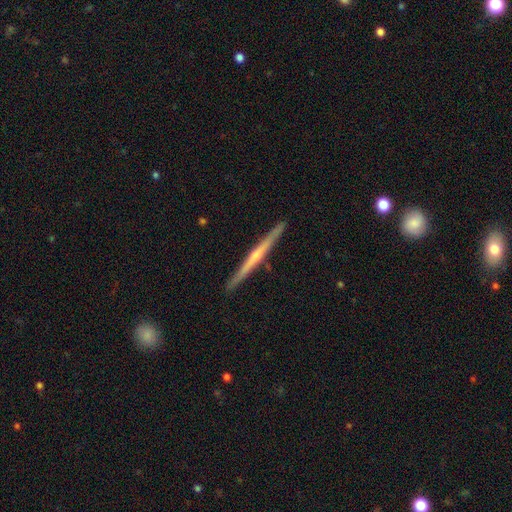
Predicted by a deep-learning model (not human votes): featured or disk 79%, smooth 16%, star or artifact 5%. Down the decision tree: edge-on disk — yes (98%); edge-on bulge — rounded (69%); merging — none (92%).